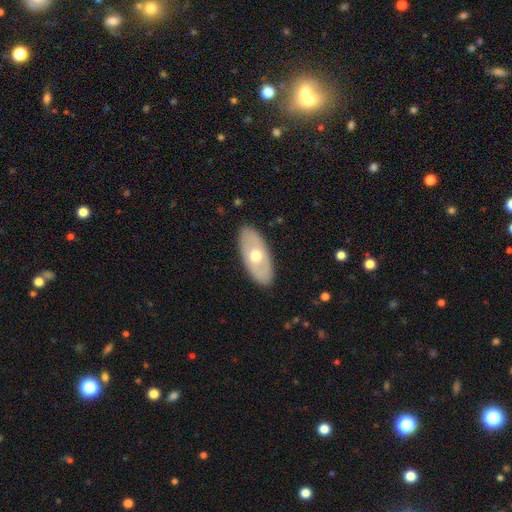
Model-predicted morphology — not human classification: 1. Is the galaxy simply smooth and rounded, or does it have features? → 49% smooth, 45% featured or disk, 5% star or artifact.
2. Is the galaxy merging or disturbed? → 88% none, 9% minor disturbance, 2% major disturbance, 1% merger.